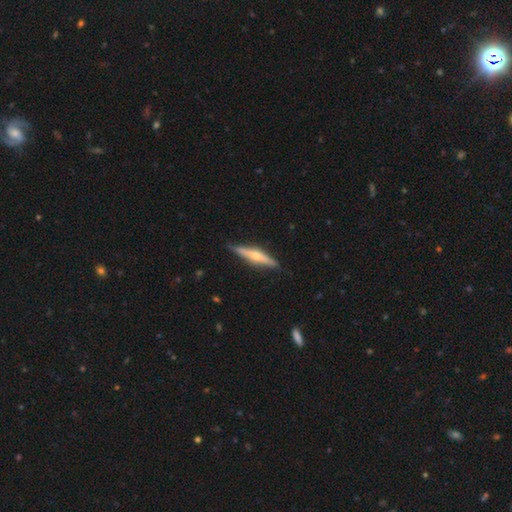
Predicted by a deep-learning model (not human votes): This appears to be a featured or disk galaxy (60%) viewed edge-on (95%) with a rounded central bulge (85%). Merging: none (85%).